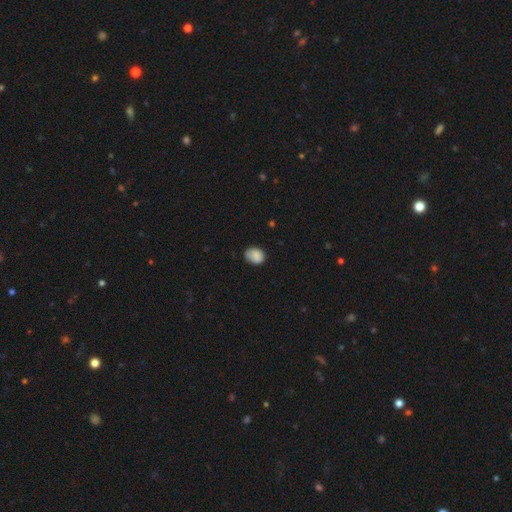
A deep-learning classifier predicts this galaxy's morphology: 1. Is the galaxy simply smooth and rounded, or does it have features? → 86% smooth, 8% star or artifact, 6% featured or disk.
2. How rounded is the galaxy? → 51% in between, 49% round, 1% cigar-shaped.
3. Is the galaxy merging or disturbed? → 73% none, 22% minor disturbance, 4% major disturbance, 1% merger.